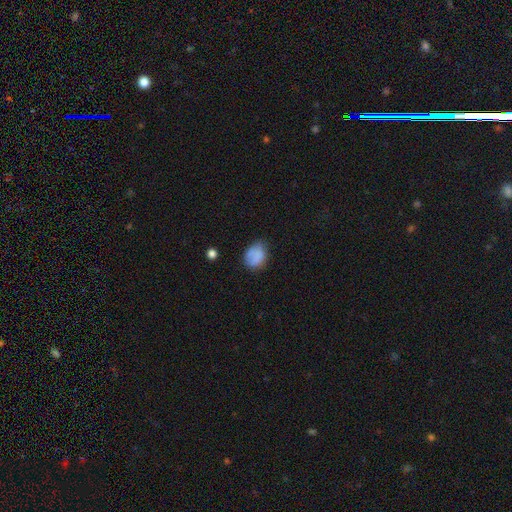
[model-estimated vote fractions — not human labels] Morphology: type=smooth (80%); roundness=in between (58%); merging=none (57%).